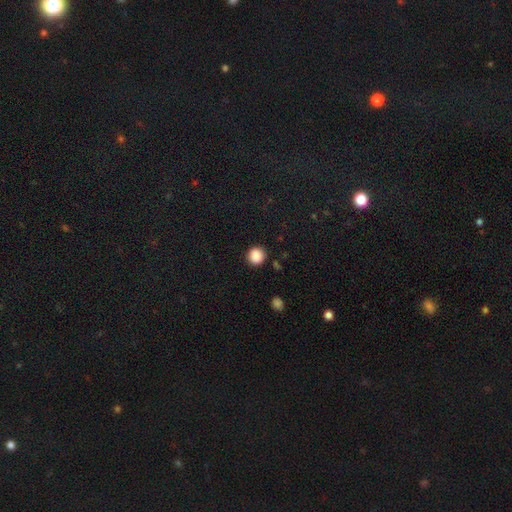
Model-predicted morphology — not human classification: smooth_or_featured: smooth (p=0.88) [alt: star or artifact p=0.10]
how_rounded: round (p=0.93) [alt: in between p=0.06]
merging: none (p=0.90) [alt: minor disturbance p=0.07]